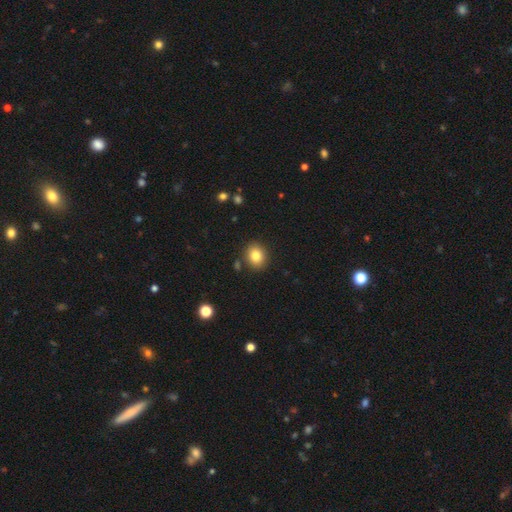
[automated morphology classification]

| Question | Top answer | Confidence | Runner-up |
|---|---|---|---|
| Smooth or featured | smooth | 82% | star or artifact (10%) |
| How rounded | round | 67% | in between (32%) |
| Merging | none | 87% | minor disturbance (8%) |